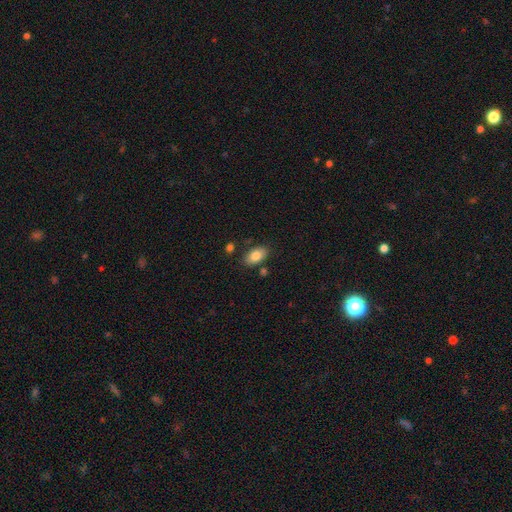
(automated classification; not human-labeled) smooth 82%, featured or disk 11%, star or artifact 7%. Down the decision tree: how rounded — in between (93%); merging — none (81%).